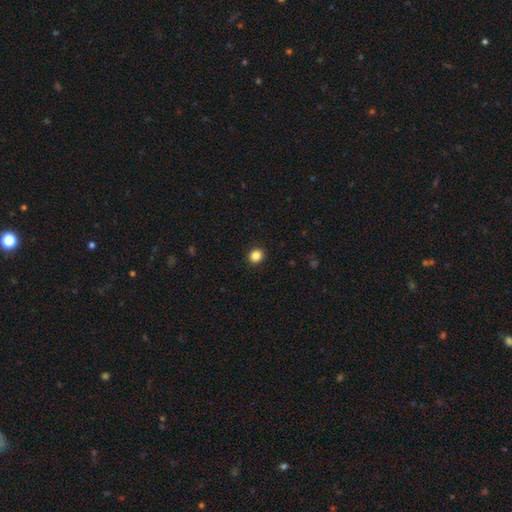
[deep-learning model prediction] Smooth or featured? smooth (86%)
How rounded? round (81%)
Merging? none (92%)